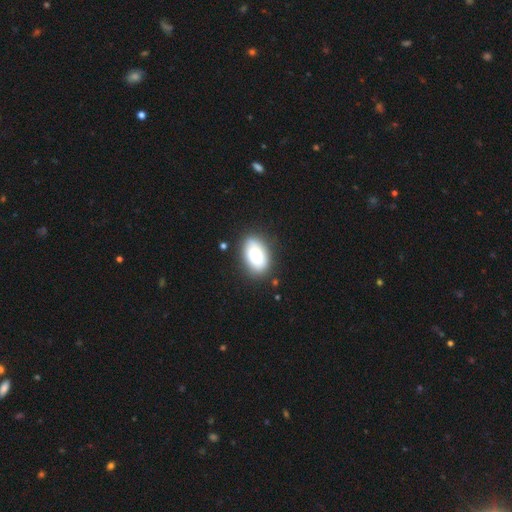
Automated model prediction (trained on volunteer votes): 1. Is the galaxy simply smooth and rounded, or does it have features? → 77% smooth, 15% featured or disk, 7% star or artifact.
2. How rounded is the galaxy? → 90% in between, 8% round, 2% cigar-shaped.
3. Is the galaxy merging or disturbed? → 78% none, 16% minor disturbance, 4% major disturbance, 2% merger.